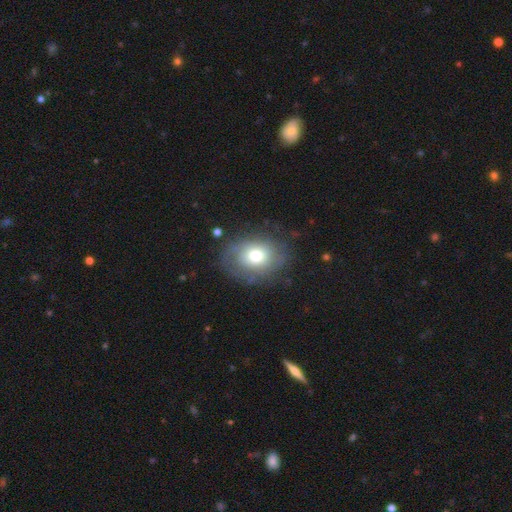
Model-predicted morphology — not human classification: The model was most divided on "how rounded": in between: 60%, round: 39%, cigar-shaped: 1%. More confident: merging — none (69%); smooth or featured — smooth (59%).